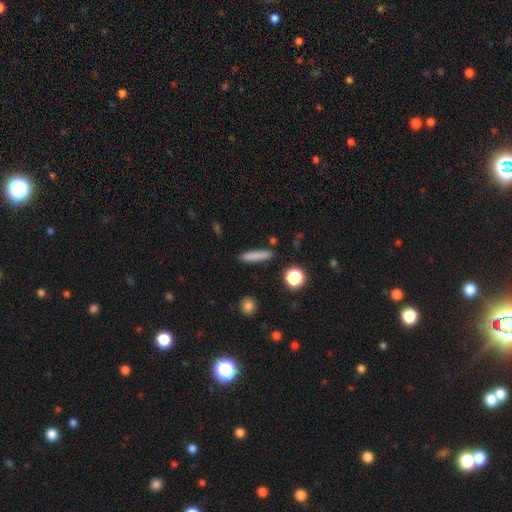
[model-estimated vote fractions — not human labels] Overall: smooth (80%). How rounded: cigar-shaped (86%). Merging: none (87%).